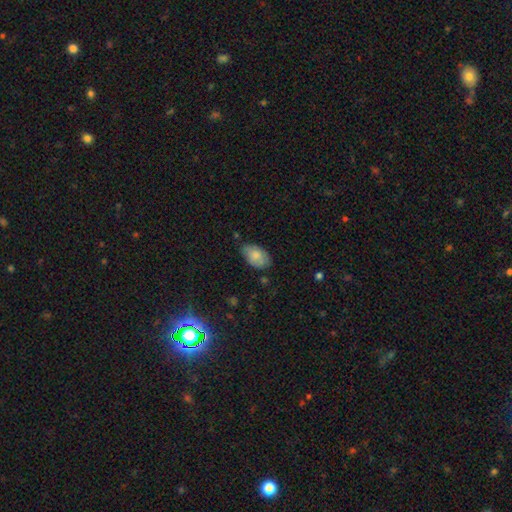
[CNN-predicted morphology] smooth 76%, featured or disk 17%, star or artifact 7%. Down the decision tree: how rounded — in between (93%); merging — none (67%).